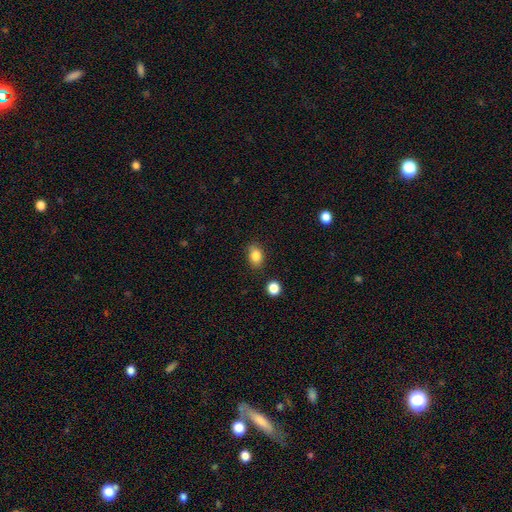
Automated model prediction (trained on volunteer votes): Overall: smooth (85%). How rounded: in between (77%). Merging: none (84%).